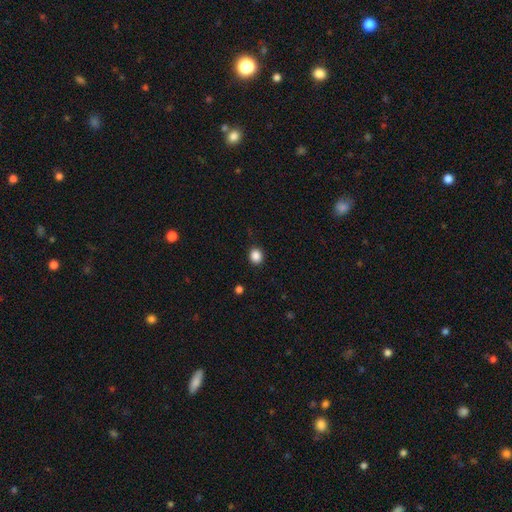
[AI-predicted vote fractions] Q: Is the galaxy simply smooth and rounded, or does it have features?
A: smooth — 87%.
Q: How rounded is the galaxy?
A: round — 79%.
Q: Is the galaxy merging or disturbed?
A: none — 90%.